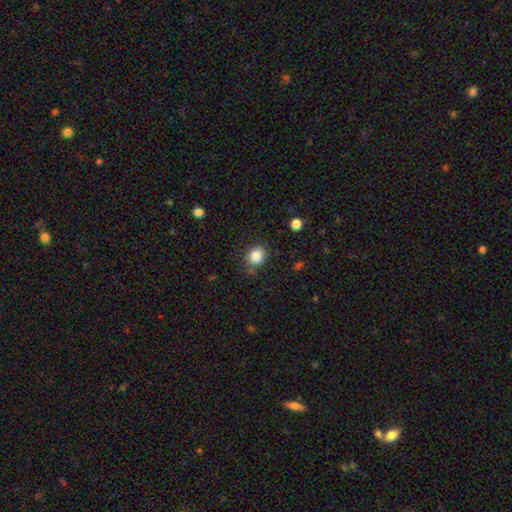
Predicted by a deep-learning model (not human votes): smooth 85%, star or artifact 10%, featured or disk 5%. Down the decision tree: how rounded — round (69%); merging — none (80%).